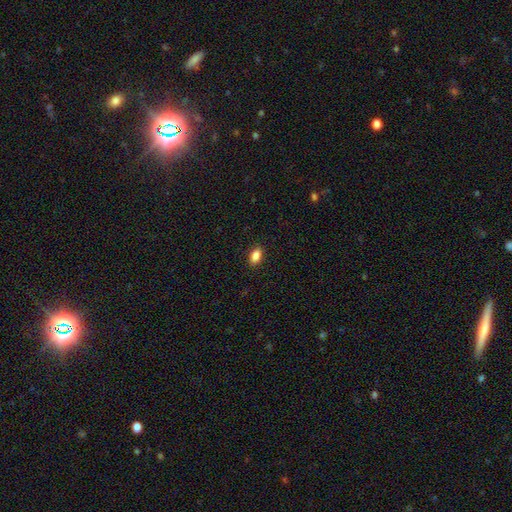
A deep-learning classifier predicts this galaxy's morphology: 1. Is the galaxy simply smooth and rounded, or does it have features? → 87% smooth, 8% star or artifact, 5% featured or disk.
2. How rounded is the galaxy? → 89% in between, 7% round, 4% cigar-shaped.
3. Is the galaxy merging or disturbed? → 89% none, 8% minor disturbance, 2% major disturbance, 1% merger.